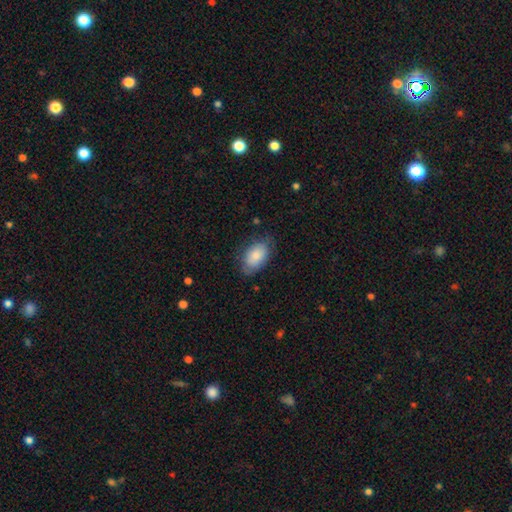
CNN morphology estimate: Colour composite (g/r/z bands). It shows a smooth galaxy with no disk features (83%) that is in between round and cigar-shaped (93%). Merging: none (73%).